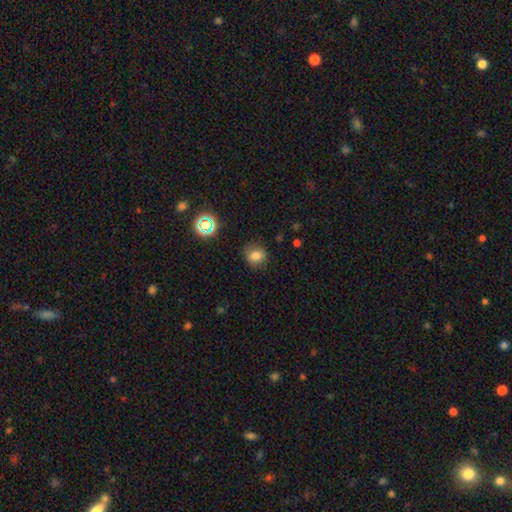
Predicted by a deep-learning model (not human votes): This appears to be a smooth galaxy with no disk features (77%) that is round (68%). Merging: none (79%).